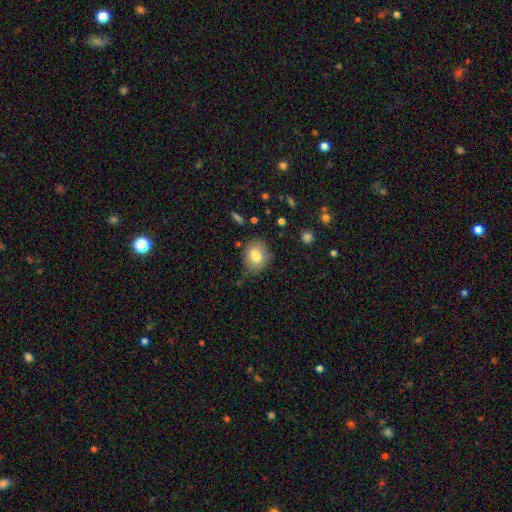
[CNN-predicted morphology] Overall: smooth (80%). How rounded: round (59%; in between 39%). Merging: none (75%).